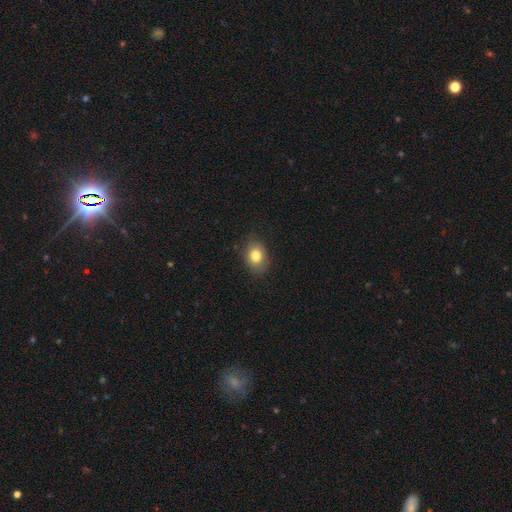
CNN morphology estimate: smooth_or_featured: smooth (p=0.80) [alt: star or artifact p=0.10]
how_rounded: in between (p=0.64) [alt: round p=0.35]
merging: none (p=0.82) [alt: minor disturbance p=0.14]